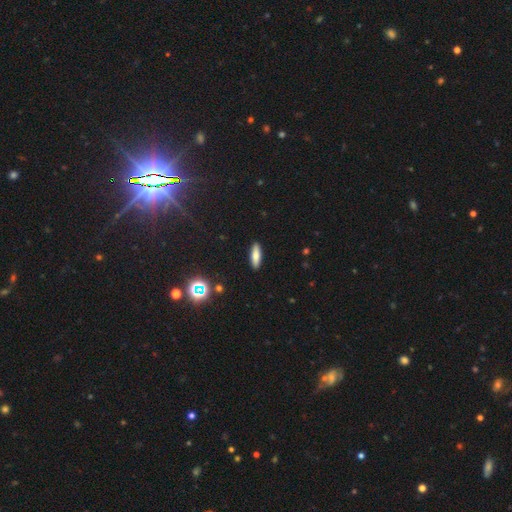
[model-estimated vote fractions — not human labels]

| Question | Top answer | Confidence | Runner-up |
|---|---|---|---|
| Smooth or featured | smooth | 71% | featured or disk (19%) |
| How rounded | cigar-shaped | 58% | in between (39%) |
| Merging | none | 90% | minor disturbance (7%) |